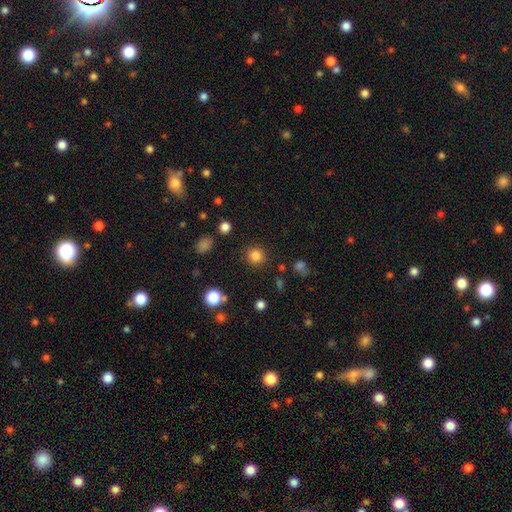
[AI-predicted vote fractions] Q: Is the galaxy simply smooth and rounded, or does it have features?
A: smooth — 83%.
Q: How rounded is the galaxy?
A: round — 92%.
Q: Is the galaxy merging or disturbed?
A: none — 89%.